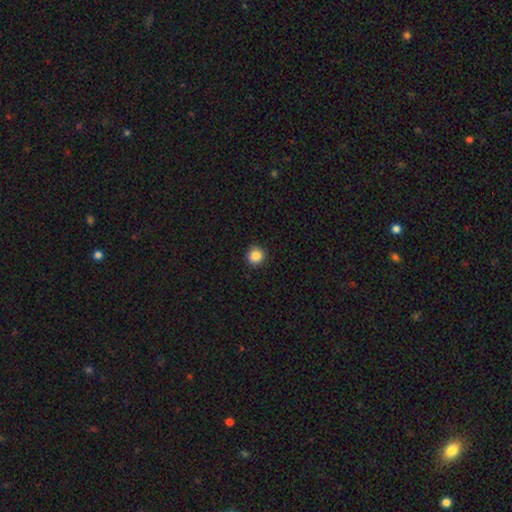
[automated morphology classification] type=smooth (86%); roundness=round (93%); merging=none (92%).